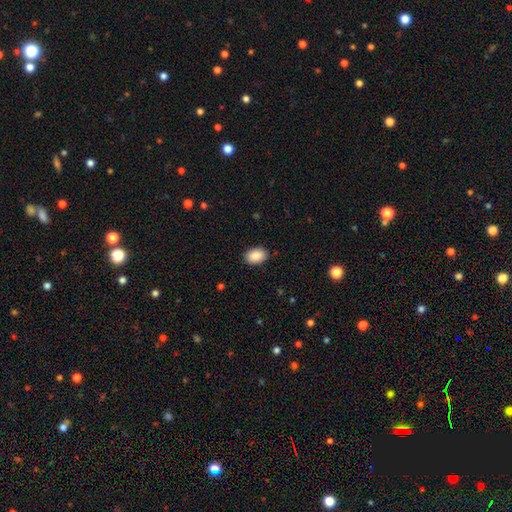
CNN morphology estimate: Smooth or featured? Predicted: smooth (p=0.89). How rounded? Predicted: in between (p=0.86). Merging? Predicted: none (p=0.89).